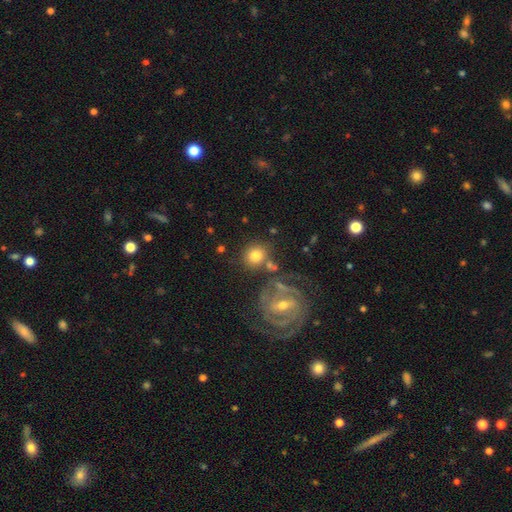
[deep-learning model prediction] Smooth or featured? Predicted: smooth (p=0.69). How rounded? Predicted: round (p=0.82). Merging? Predicted: none (p=0.67).